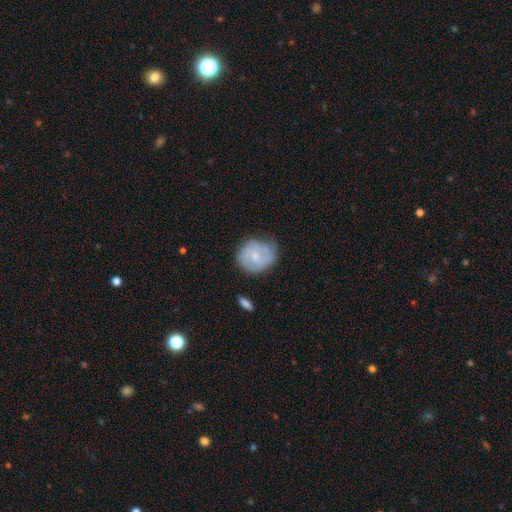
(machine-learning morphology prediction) smooth 50%, featured or disk 43%, star or artifact 7%. Down the decision tree: how rounded — round (75%); merging — none (58%).